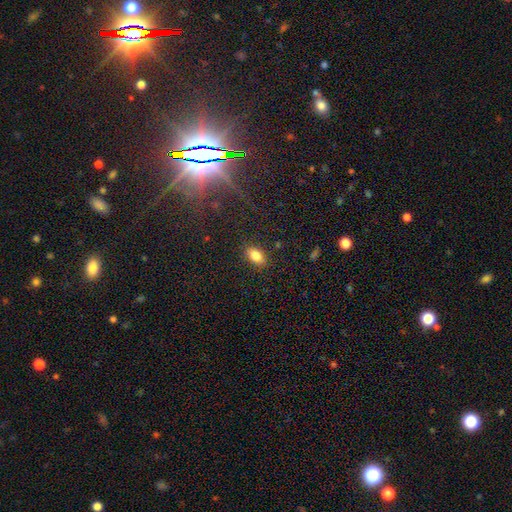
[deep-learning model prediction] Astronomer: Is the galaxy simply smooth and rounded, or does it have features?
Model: smooth — 82%.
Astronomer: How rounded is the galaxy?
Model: in between — 88%.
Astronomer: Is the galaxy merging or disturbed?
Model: none — 86%.